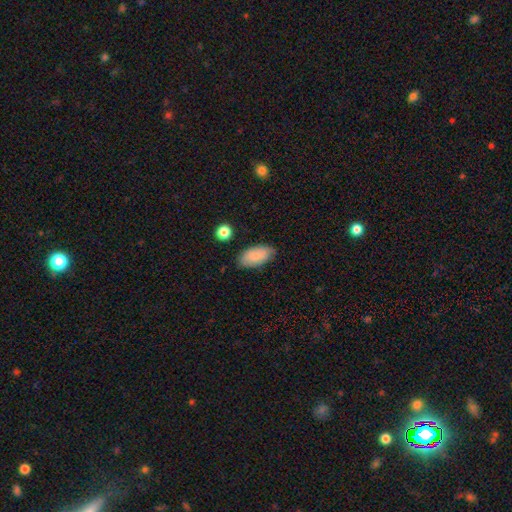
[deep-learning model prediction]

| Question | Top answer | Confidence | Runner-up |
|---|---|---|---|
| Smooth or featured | smooth | 85% | featured or disk (8%) |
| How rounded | in between | 94% | cigar-shaped (4%) |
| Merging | none | 80% | minor disturbance (15%) |